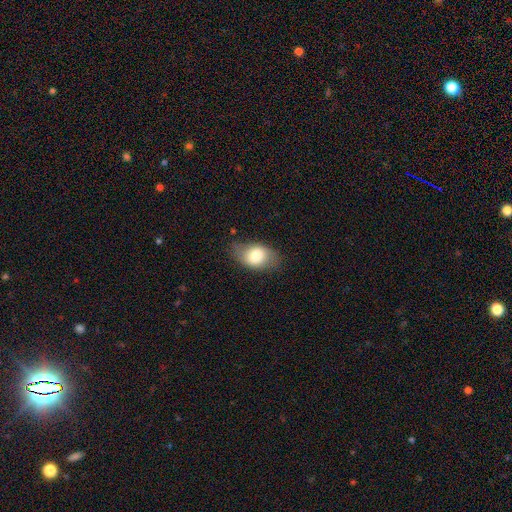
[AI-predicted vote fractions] This appears to be a smooth galaxy with no disk features (73%) that is in between round and cigar-shaped (85%). Merging: none (69%).